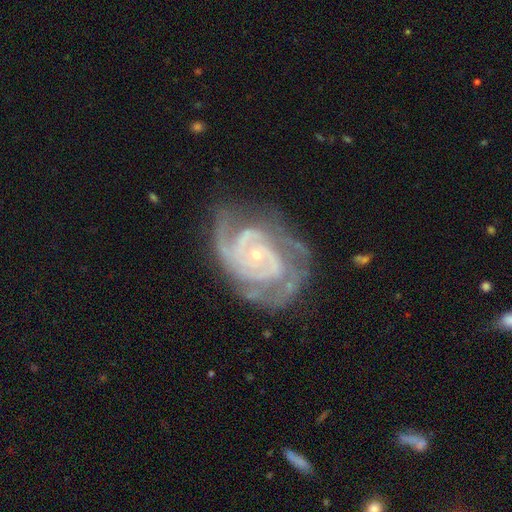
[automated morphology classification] A featured or disk galaxy (90%) with no bar (70%), 2 (37%) tight (59%) spiral arms (98%) and a small central bulge (81%).

Vote fractions:
- Smooth or featured? featured or disk: 90% / star or artifact: 5% / smooth: 4%
- Edge-on disk? no: 98% / yes: 2%
- Bar? no: 70% / weak: 22% / strong: 7%
- Spiral arms? yes: 98% / no: 2%
- Spiral winding? tight: 59% / medium: 35% / loose: 6%
- Spiral arm count? 2: 37% / 3: 29% / can't tell: 15% / 4: 9% / 1: 6% / more than 4: 5%
- Bulge size? small: 81% / moderate: 15% / none: 1% / large: 1% / dominant: 1%
- Merging? none: 63% / minor disturbance: 22% / major disturbance: 13% / merger: 2%